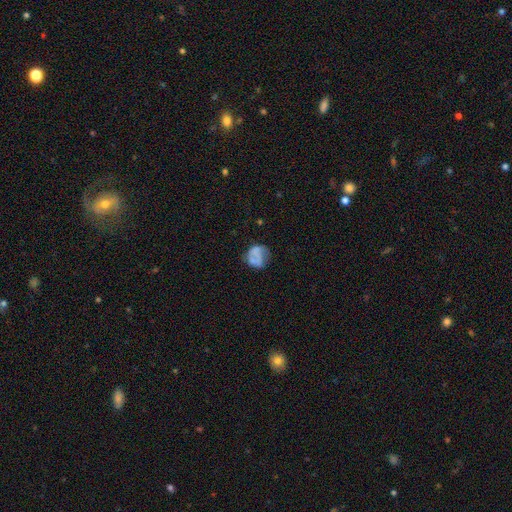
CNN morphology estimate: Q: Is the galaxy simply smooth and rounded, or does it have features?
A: smooth — 52%.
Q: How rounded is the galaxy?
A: round — 65%.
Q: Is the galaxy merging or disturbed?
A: none — 43%.